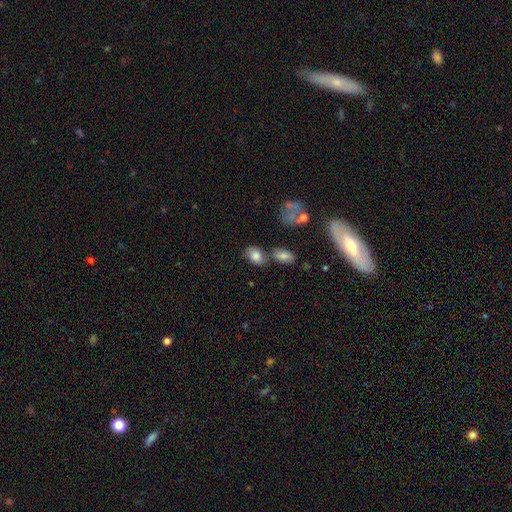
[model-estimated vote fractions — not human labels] smooth_or_featured: smooth (p=0.81) [alt: featured or disk p=0.10]
how_rounded: in between (p=0.81) [alt: round p=0.17]
merging: none (p=0.55) [alt: merger p=0.23]